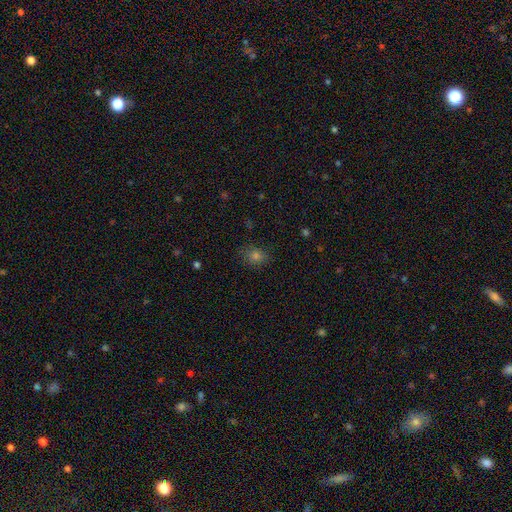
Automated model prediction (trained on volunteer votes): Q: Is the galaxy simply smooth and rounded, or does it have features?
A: smooth — 73%.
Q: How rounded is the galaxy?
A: round — 60%.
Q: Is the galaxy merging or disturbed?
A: none — 83%.